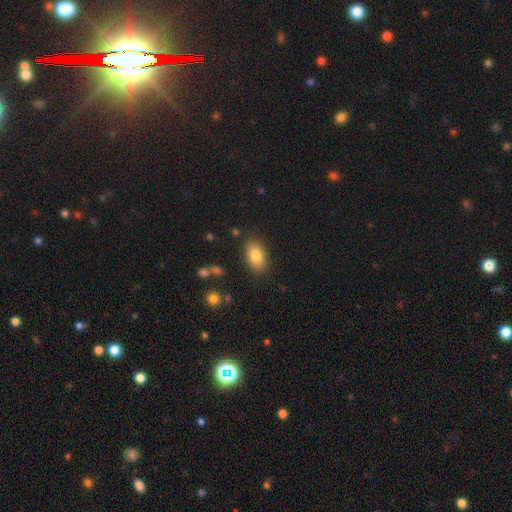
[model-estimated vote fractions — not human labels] Smooth or featured: smooth — 82% (featured or disk — 10%)
How rounded: in between — 91% (round — 7%)
Merging: none — 84% (minor disturbance — 11%)